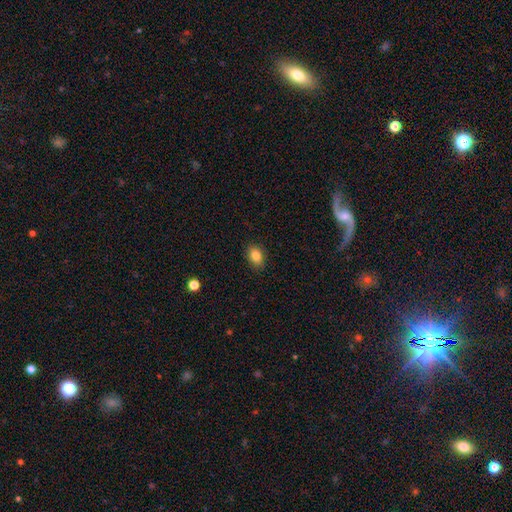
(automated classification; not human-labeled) This appears to be a smooth galaxy with no disk features (84%) that is in between round and cigar-shaped (76%). Merging: none (89%).